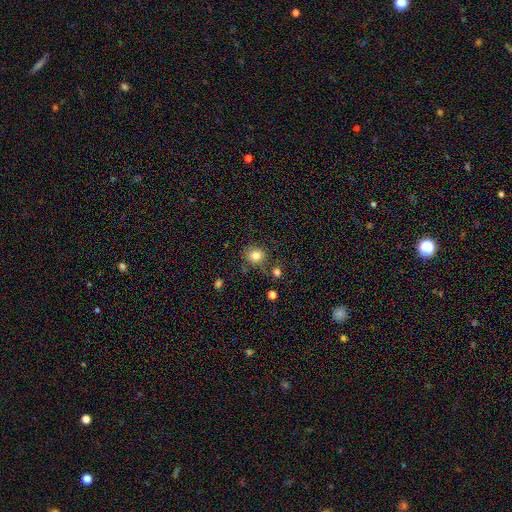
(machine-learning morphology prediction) Smooth or featured?
  - smooth: 82% *
  - star or artifact: 12%
  - featured or disk: 7%
How rounded?
  - round: 84% *
  - in between: 16%
  - cigar-shaped: 1%
Merging?
  - none: 74% *
  - minor disturbance: 14%
  - merger: 8%
  - major disturbance: 5%